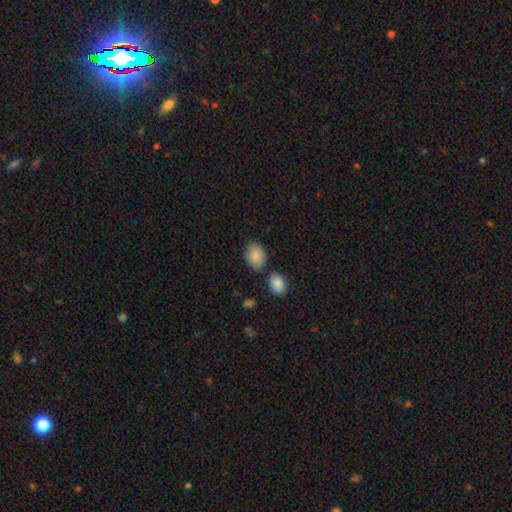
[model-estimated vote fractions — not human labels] smooth 87%, star or artifact 7%, featured or disk 6%. Down the decision tree: how rounded — in between (76%); merging — none (72%).